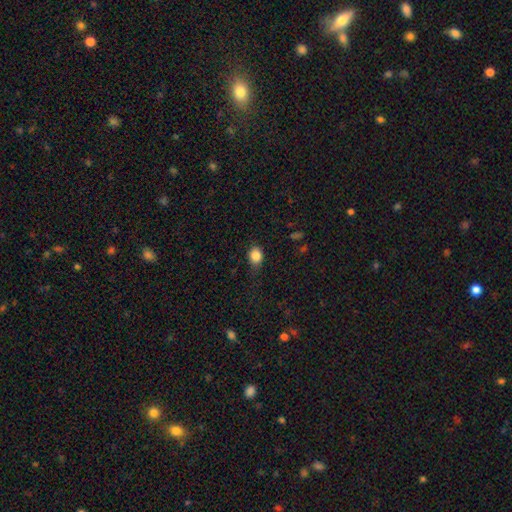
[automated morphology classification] smooth_or_featured: smooth (p=0.85) [alt: star or artifact p=0.10]
how_rounded: round (p=0.54) [alt: in between p=0.45]
merging: none (p=0.72) [alt: minor disturbance p=0.21]